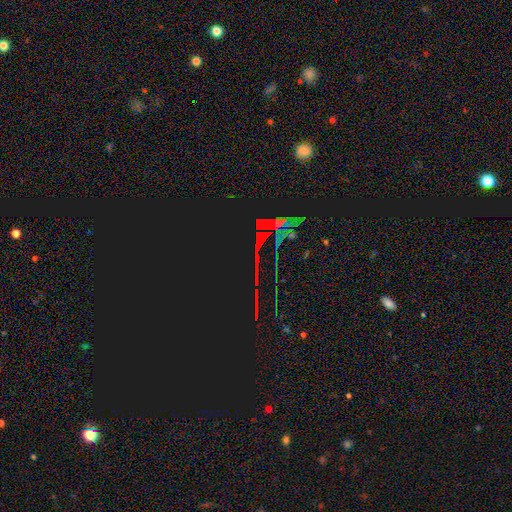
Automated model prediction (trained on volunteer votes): This appears to be a star or artifact, not a galaxy (69%).